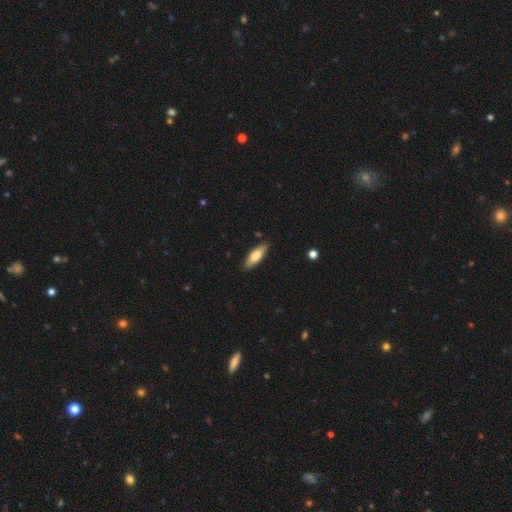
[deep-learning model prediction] Smooth or featured? smooth (77%)
How rounded? in between (60%)
Merging? none (86%)